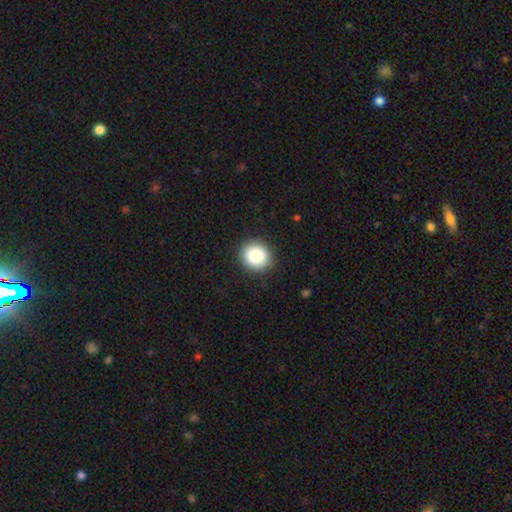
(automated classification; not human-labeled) Morphology: type=smooth (86%); roundness=round (83%); merging=none (90%).